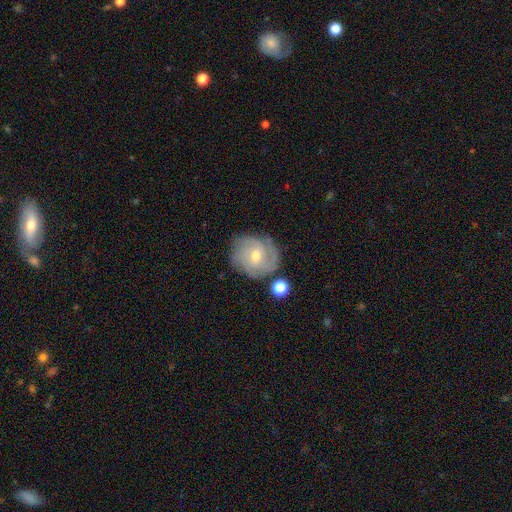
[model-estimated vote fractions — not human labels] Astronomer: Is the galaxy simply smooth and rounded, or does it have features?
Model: featured or disk — 73%.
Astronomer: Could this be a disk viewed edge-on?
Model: no — 97%.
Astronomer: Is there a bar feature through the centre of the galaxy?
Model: no — 58% (runner-up: weak, 37%).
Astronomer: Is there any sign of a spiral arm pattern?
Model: yes — 91%.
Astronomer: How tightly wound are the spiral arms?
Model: tight — 60%.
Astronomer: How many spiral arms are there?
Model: can't tell — 33% (runner-up: 3, 27%).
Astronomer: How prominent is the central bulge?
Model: moderate — 53% (runner-up: small, 43%).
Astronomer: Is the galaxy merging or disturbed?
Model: none — 73%.